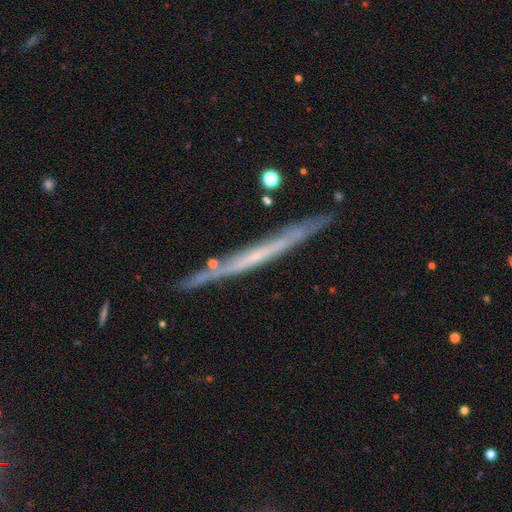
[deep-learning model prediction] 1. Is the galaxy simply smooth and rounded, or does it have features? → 64% featured or disk, 29% smooth, 7% star or artifact.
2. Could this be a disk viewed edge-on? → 94% yes, 6% no.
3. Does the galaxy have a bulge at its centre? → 88% none, 8% rounded, 4% boxy.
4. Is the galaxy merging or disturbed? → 84% none, 12% minor disturbance, 3% merger, 2% major disturbance.